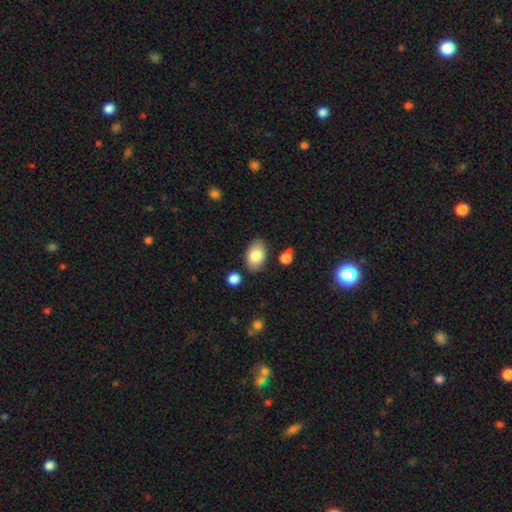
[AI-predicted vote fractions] smooth 83%, featured or disk 10%, star or artifact 7%. Down the decision tree: how rounded — in between (90%); merging — none (82%).